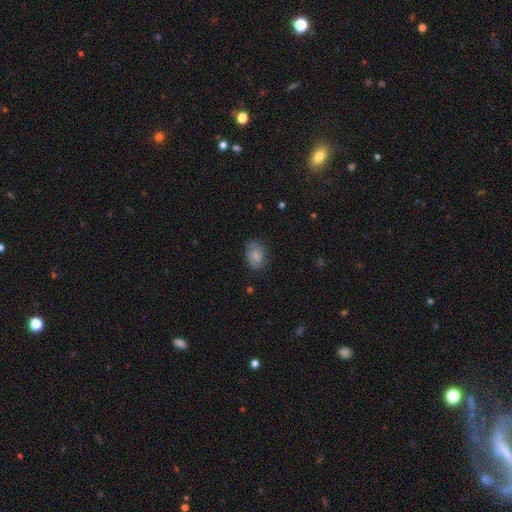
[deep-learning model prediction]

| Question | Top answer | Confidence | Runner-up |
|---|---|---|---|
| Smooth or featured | smooth | 57% | featured or disk (34%) |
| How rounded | in between | 68% | round (31%) |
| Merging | none | 71% | minor disturbance (21%) |